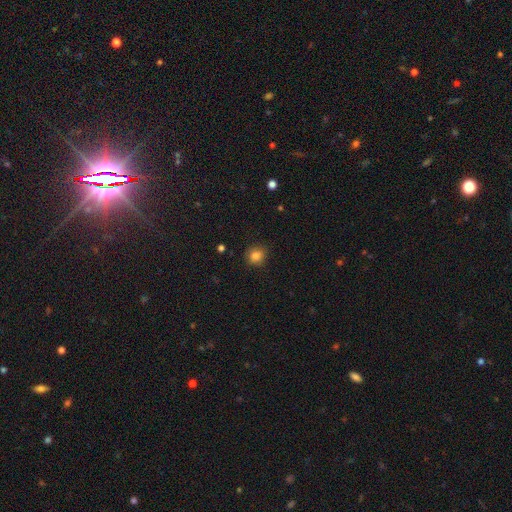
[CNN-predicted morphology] type=smooth (84%); roundness=round (81%); merging=none (85%).